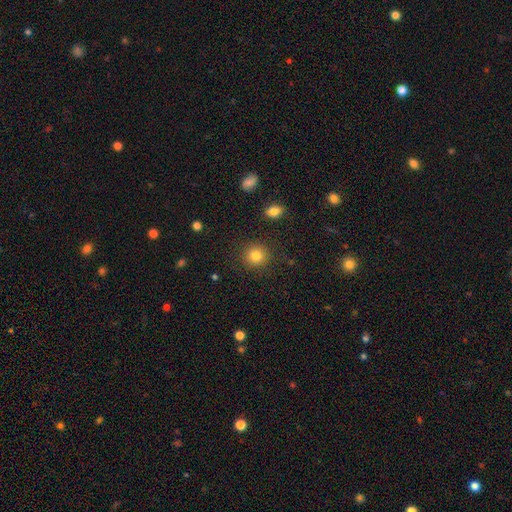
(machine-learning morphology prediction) Smooth or featured? Predicted: smooth (p=0.83). How rounded? Predicted: round (p=0.90). Merging? Predicted: none (p=0.90).